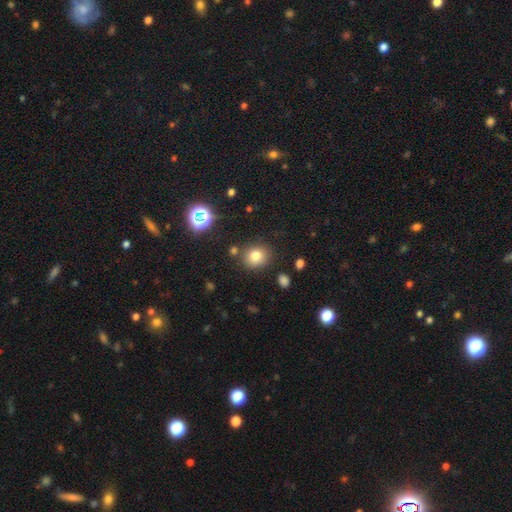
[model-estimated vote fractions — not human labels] Overall: smooth (78%). How rounded: round (78%). Merging: none (82%).